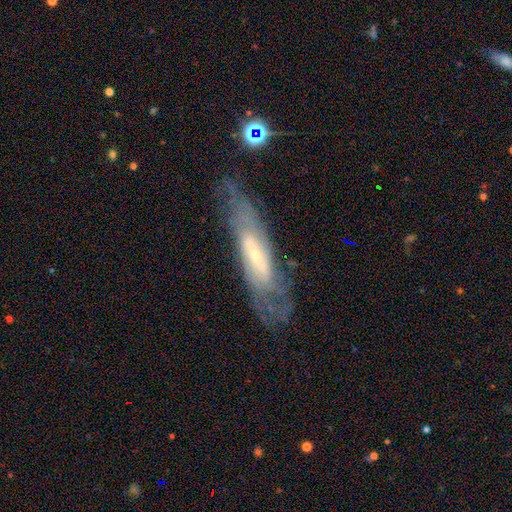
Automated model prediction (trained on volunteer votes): smooth_or_featured: featured or disk (p=0.73) [alt: smooth p=0.20]
disk_edge_on: no (p=0.67) [alt: yes p=0.33]
merging: none (p=0.65) [alt: minor disturbance p=0.20]